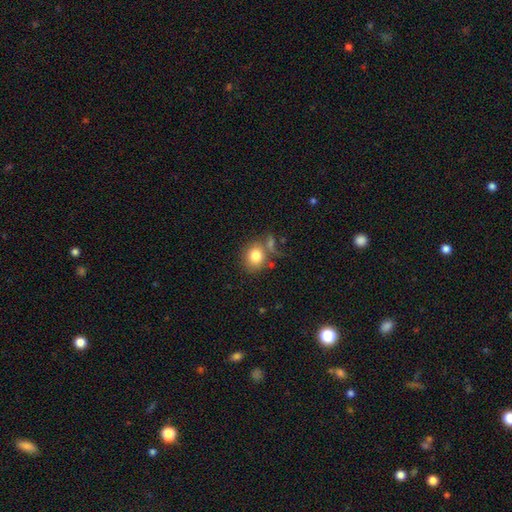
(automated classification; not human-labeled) smooth-or-featured: smooth: 80% | featured or disk: 10% | star or artifact: 10%
  how-rounded: round: 68% | in between: 31% | cigar-shaped: 1%
  merging: none: 59% | merger: 18% | minor disturbance: 16% | major disturbance: 8%